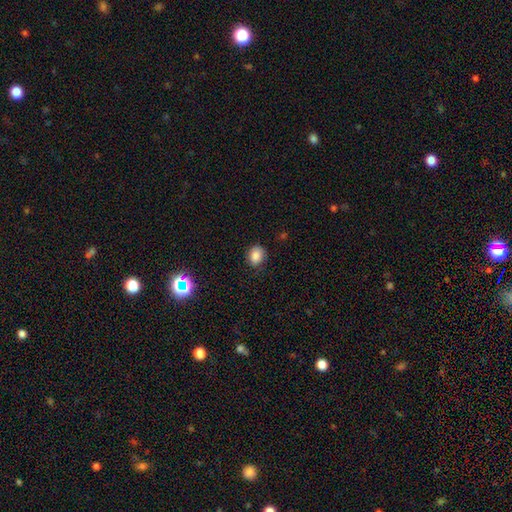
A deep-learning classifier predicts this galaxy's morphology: Smooth or featured: smooth — 83% (star or artifact — 11%)
How rounded: round — 59% (in between — 40%)
Merging: none — 81% (minor disturbance — 14%)